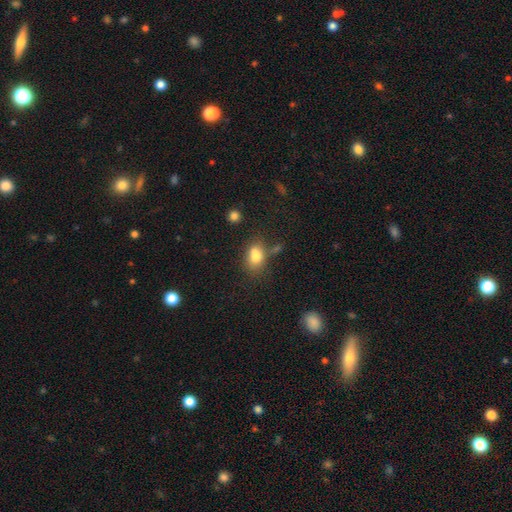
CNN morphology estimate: Smooth or featured? Predicted: smooth (p=0.77). How rounded? Predicted: in between (p=0.70). Merging? Predicted: none (p=0.47).